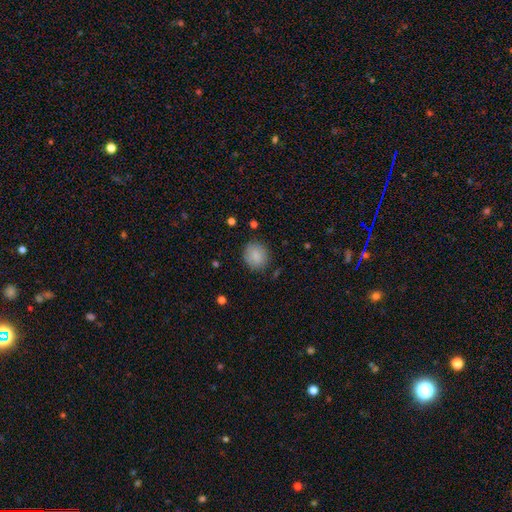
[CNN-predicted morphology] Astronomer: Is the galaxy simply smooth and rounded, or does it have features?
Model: smooth — 85%.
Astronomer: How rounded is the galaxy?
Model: round — 74%.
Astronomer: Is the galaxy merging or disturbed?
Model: none — 81%.